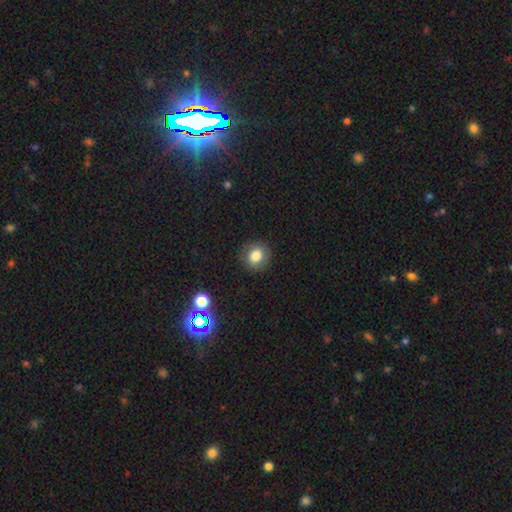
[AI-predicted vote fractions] Smooth or featured: smooth — 79% (featured or disk — 11%)
How rounded: round — 78% (in between — 21%)
Merging: none — 87% (minor disturbance — 9%)